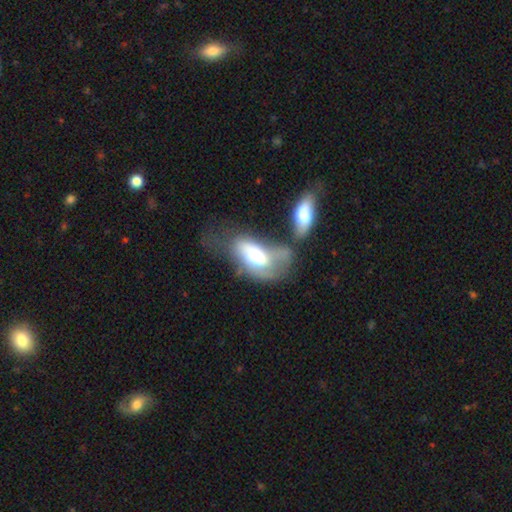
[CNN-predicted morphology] Smooth or featured? smooth (54%)
How rounded? in between (88%)
Merging? merger (38%)